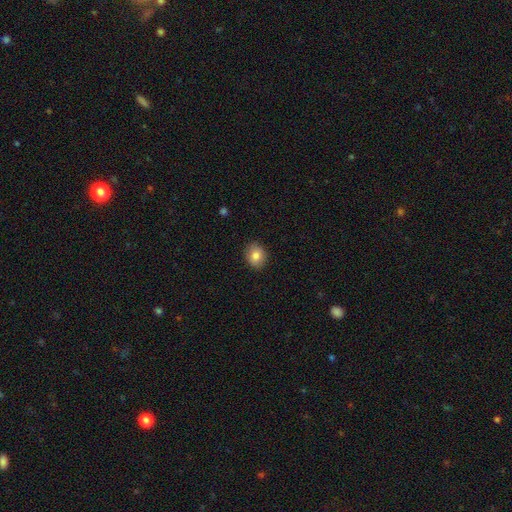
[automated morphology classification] Smooth or featured? smooth (84%)
How rounded? in between (51%)
Merging? none (89%)